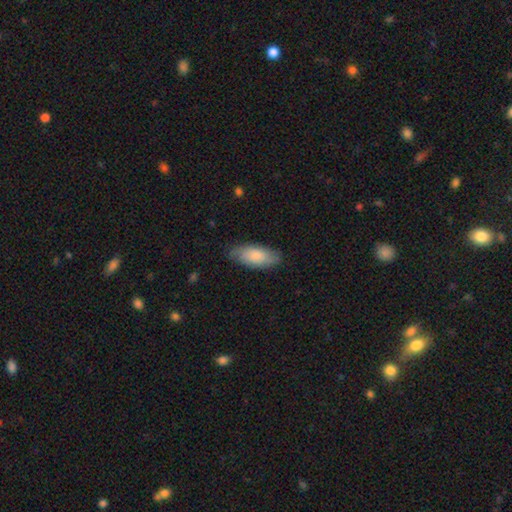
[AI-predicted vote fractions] Morphology: type=smooth (78%); roundness=in between (86%); merging=none (78%).